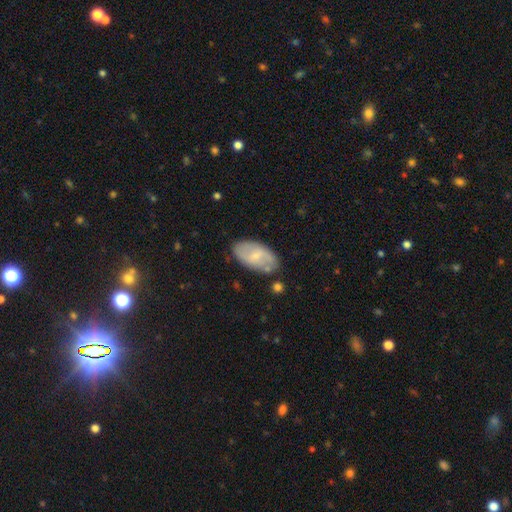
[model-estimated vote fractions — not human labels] Smooth or featured? Predicted: featured or disk (p=0.47). Merging? Predicted: none (p=0.77).